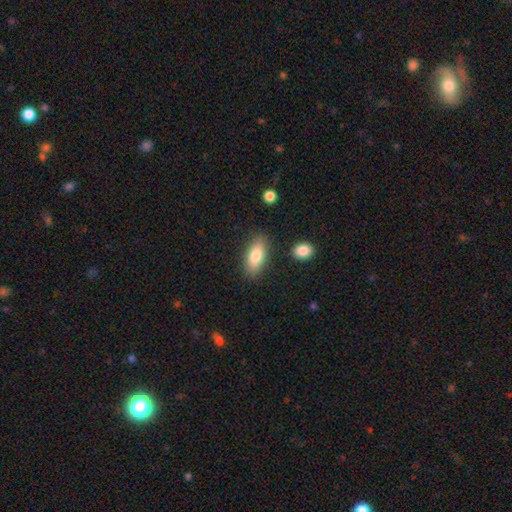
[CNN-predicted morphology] Q: Smooth or featured?
A: smooth (81%); runner-up: featured or disk (13%)
Q: How rounded?
A: in between (84%); runner-up: cigar-shaped (13%)
Q: Merging?
A: none (83%); runner-up: minor disturbance (11%)